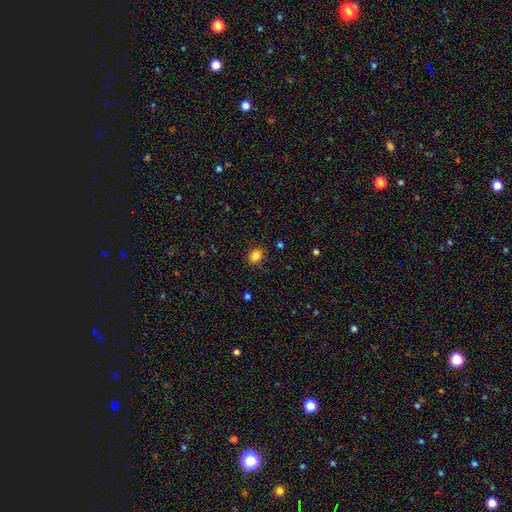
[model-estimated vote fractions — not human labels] smooth 84%, star or artifact 11%, featured or disk 4%. Down the decision tree: how rounded — in between (52%); merging — none (85%).